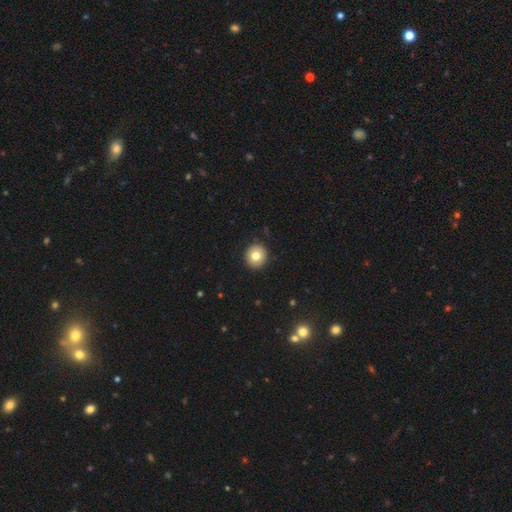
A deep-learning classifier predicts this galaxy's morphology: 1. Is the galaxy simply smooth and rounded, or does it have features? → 78% smooth, 12% featured or disk, 10% star or artifact.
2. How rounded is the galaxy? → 92% round, 7% in between, 1% cigar-shaped.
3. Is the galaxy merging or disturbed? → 92% none, 5% minor disturbance, 2% major disturbance, 1% merger.